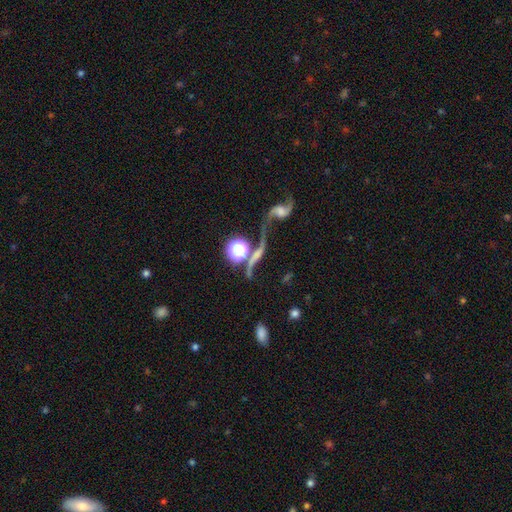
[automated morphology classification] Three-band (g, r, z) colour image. It shows a featured or disk galaxy (53%). Merging: merger (36%, tied with none).